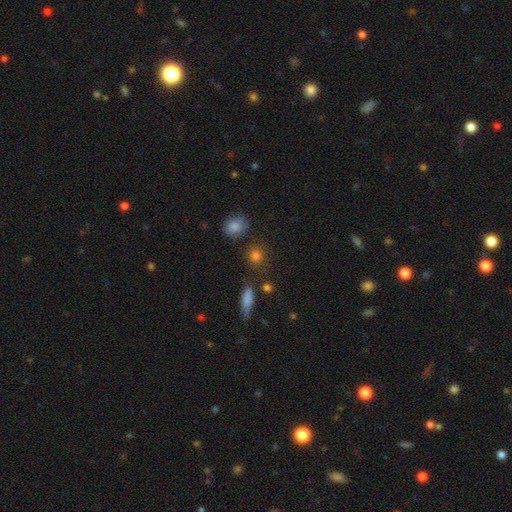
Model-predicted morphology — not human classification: smooth_or_featured: smooth (p=0.78) [alt: star or artifact p=0.15]
how_rounded: round (p=0.79) [alt: in between p=0.19]
merging: none (p=0.79) [alt: minor disturbance p=0.11]